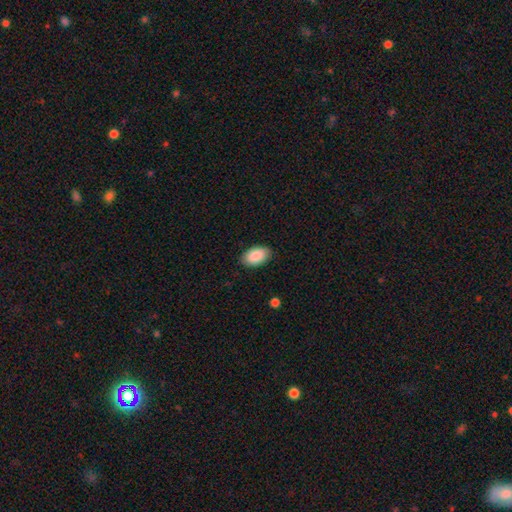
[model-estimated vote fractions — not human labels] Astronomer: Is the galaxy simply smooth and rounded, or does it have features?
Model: smooth — 89%.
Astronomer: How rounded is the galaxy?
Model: in between — 94%.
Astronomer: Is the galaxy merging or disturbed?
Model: none — 86%.